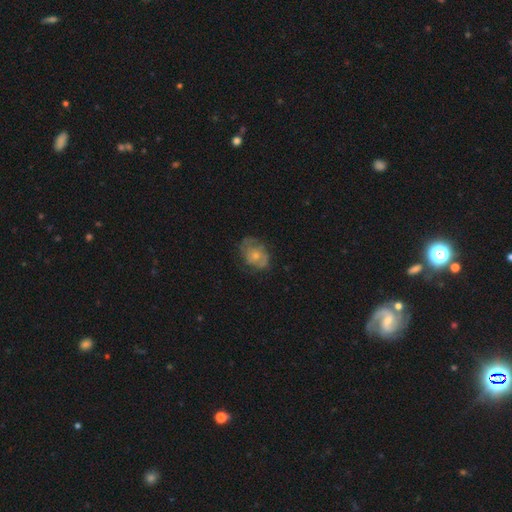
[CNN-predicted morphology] Smooth or featured: featured or disk — 53% (smooth — 39%)
Edge-on disk: no — 97% (yes — 3%)
Bar: no — 82% (weak — 15%)
Spiral arms: yes — 68% (no — 32%)
Bulge size: small — 52% (moderate — 40%)
Merging: none — 60% (minor disturbance — 25%)